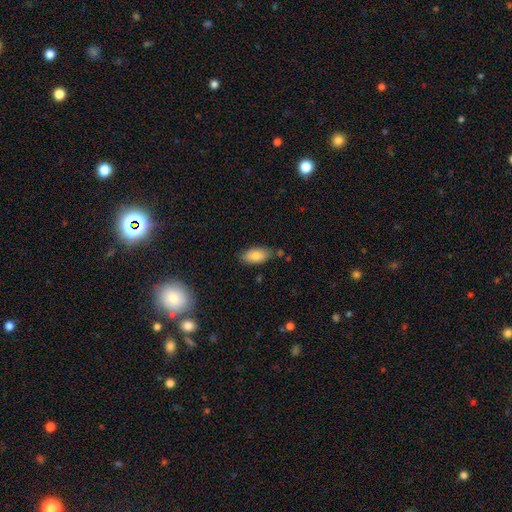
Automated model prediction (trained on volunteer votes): This is clearly a smooth galaxy (84%). How rounded: clearly in between (91%). Merging: likely none (76%).